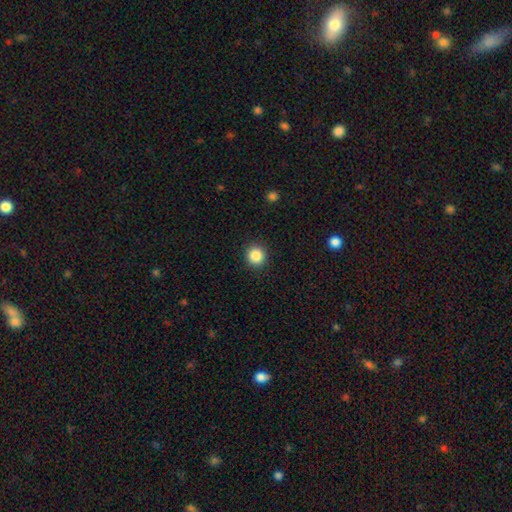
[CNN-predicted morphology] This appears to be a smooth galaxy with no disk features (87%) that is round (92%). Merging: none (92%).